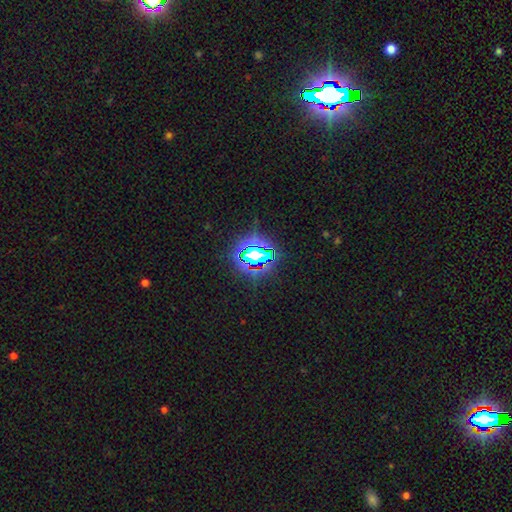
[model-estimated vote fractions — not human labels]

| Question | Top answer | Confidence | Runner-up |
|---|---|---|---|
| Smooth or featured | star or artifact | 71% | smooth (17%) |